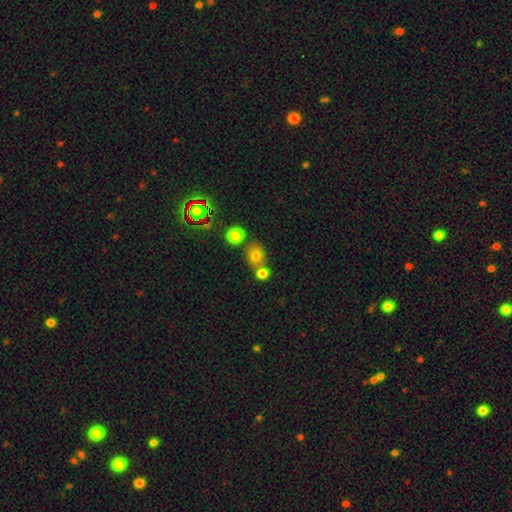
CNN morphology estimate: Smooth or featured: smooth — 73% (star or artifact — 17%)
How rounded: round — 64% (in between — 35%)
Merging: none — 55% (merger — 31%)